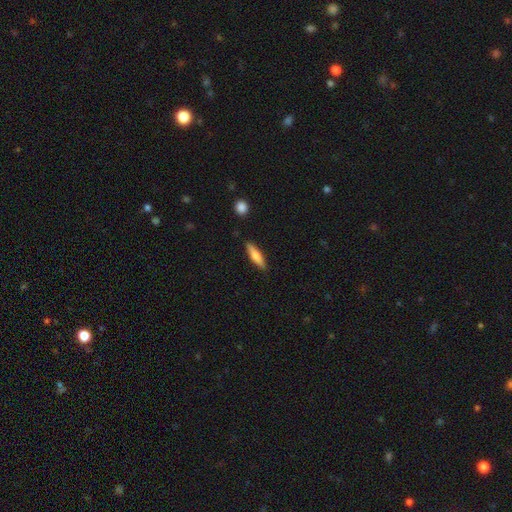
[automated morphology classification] smooth 71%, featured or disk 23%, star or artifact 6%. Down the decision tree: how rounded — cigar-shaped (72%); merging — none (86%).